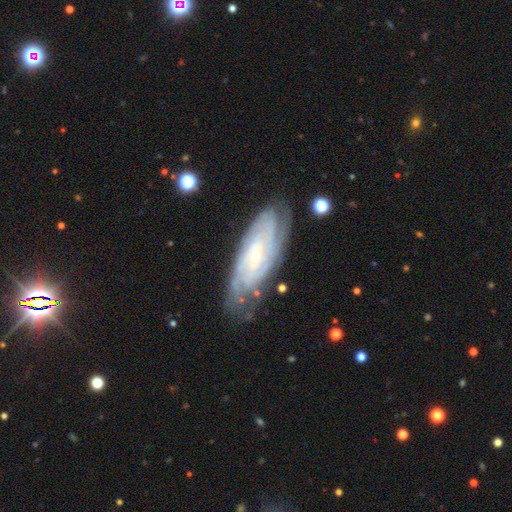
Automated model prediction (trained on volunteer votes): This appears to be a featured or disk galaxy (83%) with no bar (69%), tight (76%) spiral arms (95%) and a small central bulge (83%). Merging: none (73%).